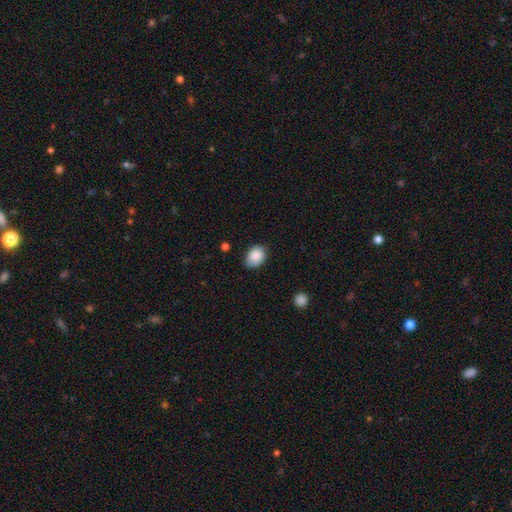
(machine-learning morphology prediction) A smooth galaxy with no disk features (85%) that is in between round and cigar-shaped (62%).

Vote fractions:
- Smooth or featured? smooth: 85% / star or artifact: 8% / featured or disk: 7%
- How rounded? in between: 62% / round: 37% / cigar-shaped: 1%
- Merging? none: 69% / minor disturbance: 26% / major disturbance: 4% / merger: 2%